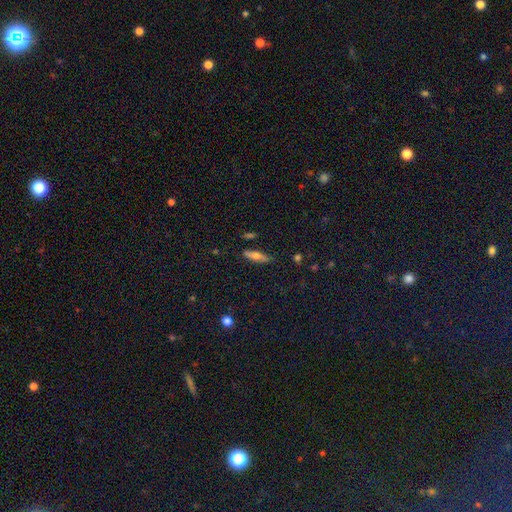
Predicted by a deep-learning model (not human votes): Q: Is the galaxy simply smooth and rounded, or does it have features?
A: smooth — 58%.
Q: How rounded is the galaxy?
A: cigar-shaped — 63%.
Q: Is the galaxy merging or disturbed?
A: none — 82%.